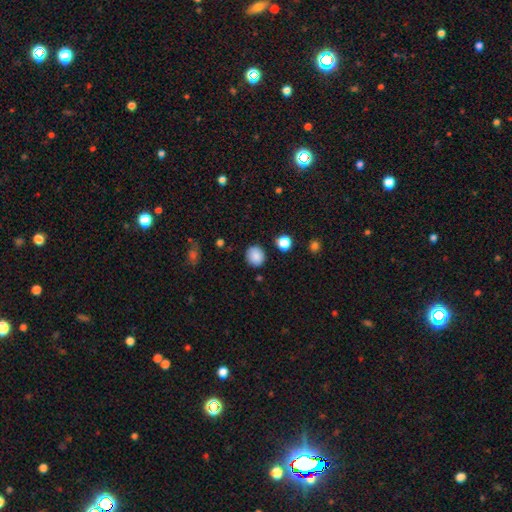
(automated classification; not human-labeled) A smooth galaxy with no disk features (87%) that is round (83%).

Vote fractions:
- Smooth or featured? smooth: 87% / star or artifact: 9% / featured or disk: 4%
- How rounded? round: 83% / in between: 16% / cigar-shaped: 1%
- Merging? none: 87% / minor disturbance: 9% / major disturbance: 2% / merger: 2%